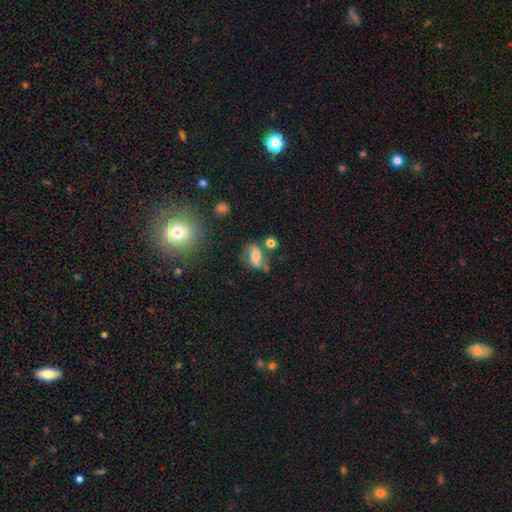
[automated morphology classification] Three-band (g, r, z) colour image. It shows a smooth galaxy with no disk features (48%). Merging: none (47%).